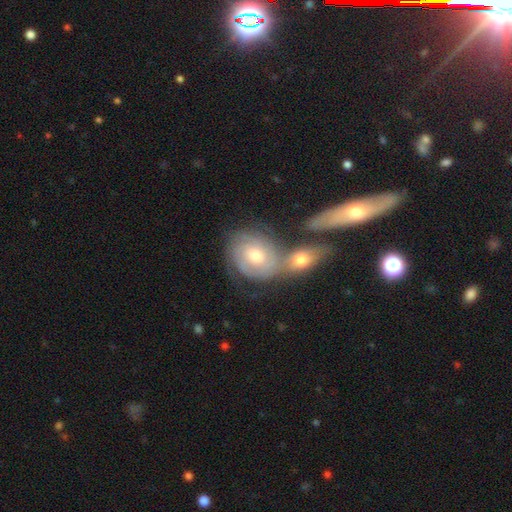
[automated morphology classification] The model was most divided on "merging": none: 41%, merger: 40%, minor disturbance: 13%, major disturbance: 6%. Remaining: edge-on disk — no (95%); spiral arms — yes (90%); bulge size — moderate (70%); spiral winding — tight (69%); smooth or featured — featured or disk (69%); bar — no (68%); spiral arm count — can't tell (41%).